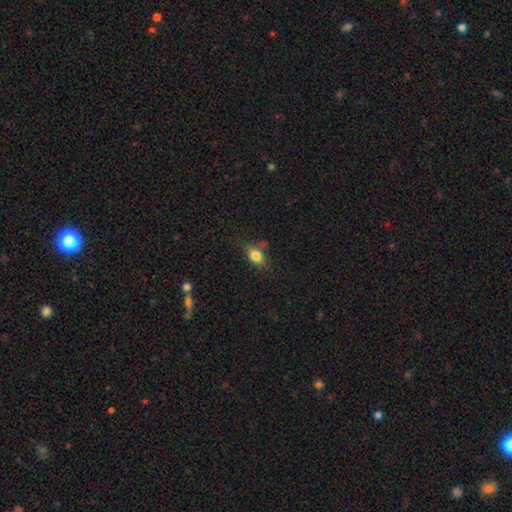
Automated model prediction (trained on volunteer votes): A smooth galaxy with no disk features (79%) that is in between round and cigar-shaped (76%).

Vote fractions:
- Smooth or featured? smooth: 79% / featured or disk: 11% / star or artifact: 10%
- How rounded? in between: 76% / round: 19% / cigar-shaped: 5%
- Merging? none: 64% / minor disturbance: 23% / major disturbance: 7% / merger: 6%